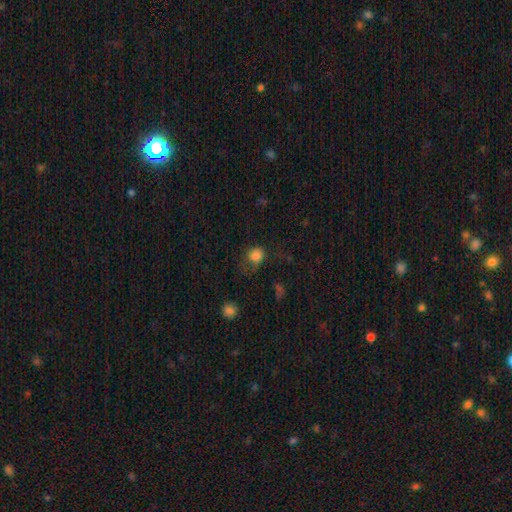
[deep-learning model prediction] Smooth or featured: smooth — 80% (star or artifact — 14%)
How rounded: round — 59% (in between — 40%)
Merging: none — 45% (minor disturbance — 27%)